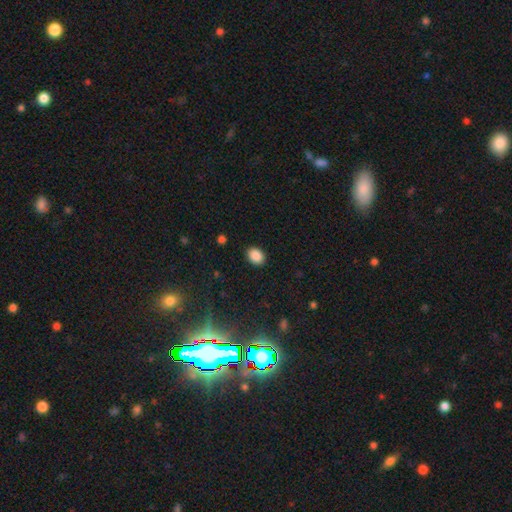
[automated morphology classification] Smooth or featured? smooth (88%)
How rounded? in between (67%)
Merging? none (89%)